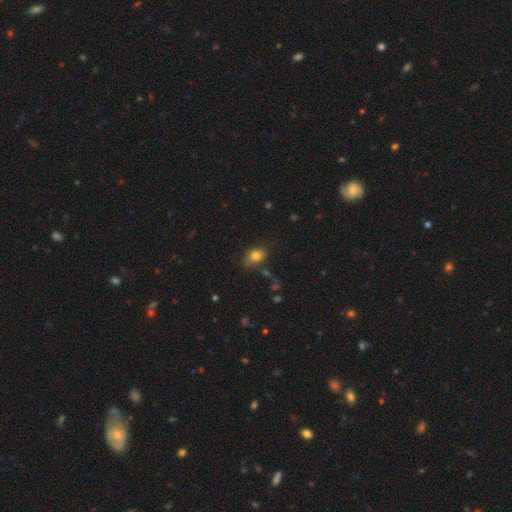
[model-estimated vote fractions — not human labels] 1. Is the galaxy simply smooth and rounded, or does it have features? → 80% smooth, 11% star or artifact, 9% featured or disk.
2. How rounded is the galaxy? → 68% in between, 31% round, 2% cigar-shaped.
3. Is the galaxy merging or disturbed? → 69% none, 20% minor disturbance, 6% major disturbance, 5% merger.